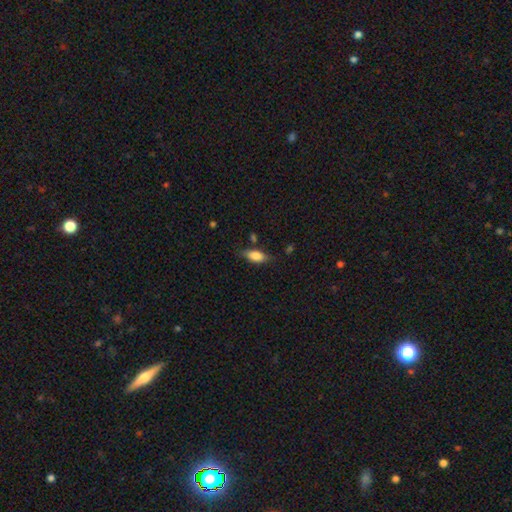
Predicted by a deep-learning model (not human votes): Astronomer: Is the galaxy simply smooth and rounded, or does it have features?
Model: smooth — 80%.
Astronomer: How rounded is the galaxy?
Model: in between — 84%.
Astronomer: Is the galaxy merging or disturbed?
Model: none — 70%.